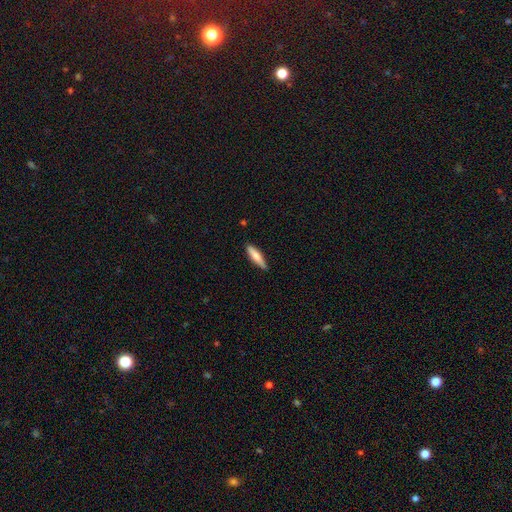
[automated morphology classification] smooth 69%, featured or disk 25%, star or artifact 6%. Down the decision tree: how rounded — cigar-shaped (78%); merging — none (82%).